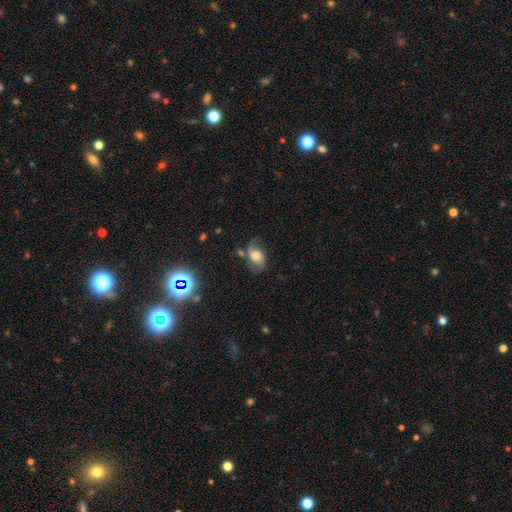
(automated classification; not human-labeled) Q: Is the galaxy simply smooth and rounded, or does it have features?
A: smooth — 44%.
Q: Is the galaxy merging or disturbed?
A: none — 48%.